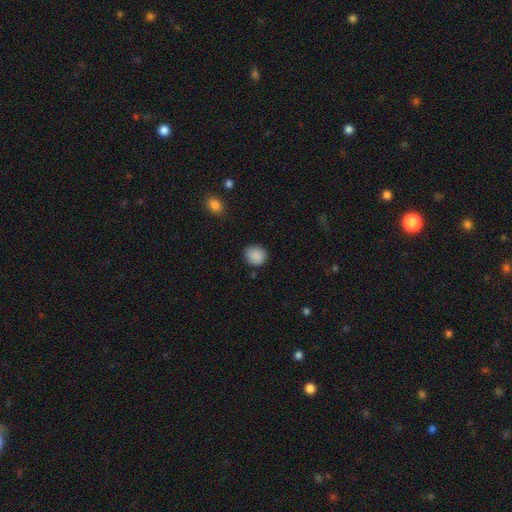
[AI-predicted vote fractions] Smooth or featured? Predicted: smooth (p=0.89). How rounded? Predicted: round (p=0.85). Merging? Predicted: none (p=0.86).